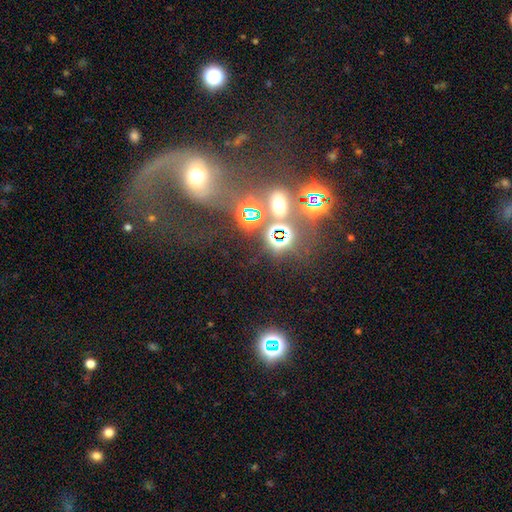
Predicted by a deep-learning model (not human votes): A featured or disk galaxy (46%).

Vote fractions:
- Smooth or featured? featured or disk: 46% / star or artifact: 29% / smooth: 25%
- Merging? merger: 36% / major disturbance: 29% / none: 25% / minor disturbance: 10%